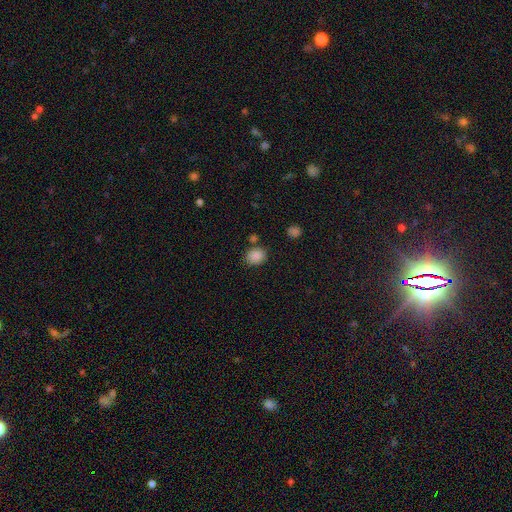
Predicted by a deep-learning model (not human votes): Smooth or featured? smooth (87%)
How rounded? round (55%)
Merging? none (77%)